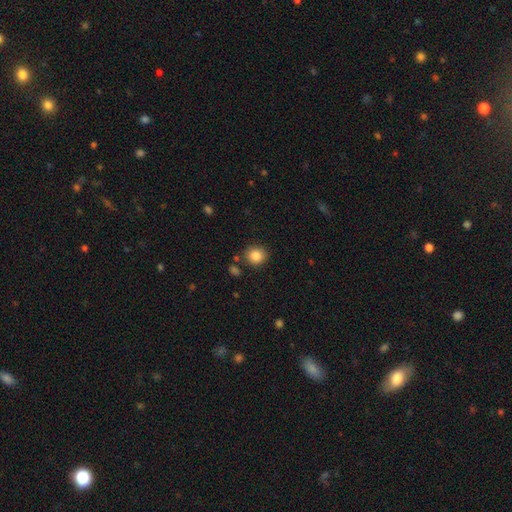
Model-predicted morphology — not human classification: This appears to be a smooth galaxy with no disk features (86%) that is round (82%). Merging: none (83%).